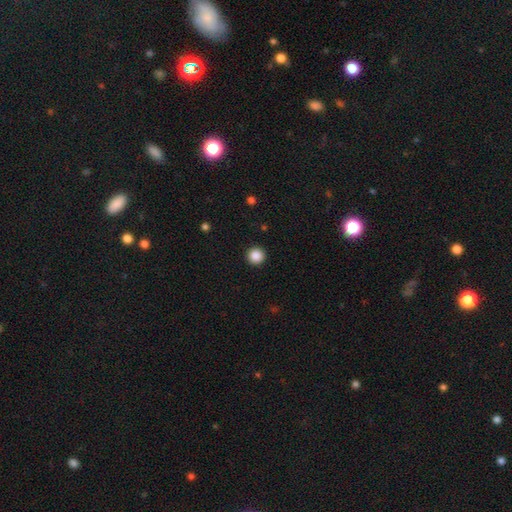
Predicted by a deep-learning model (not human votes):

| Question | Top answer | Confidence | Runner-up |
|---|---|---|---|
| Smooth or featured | smooth | 87% | star or artifact (10%) |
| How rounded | round | 96% | in between (3%) |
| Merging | none | 93% | minor disturbance (4%) |